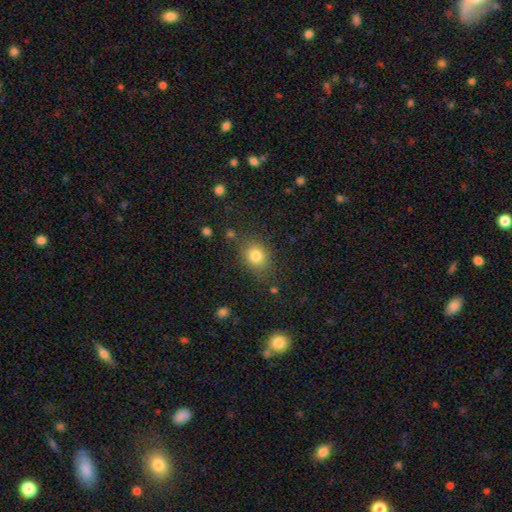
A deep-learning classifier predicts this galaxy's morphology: Smooth or featured: smooth — 82% (star or artifact — 11%)
How rounded: round — 60% (in between — 39%)
Merging: none — 79% (minor disturbance — 14%)